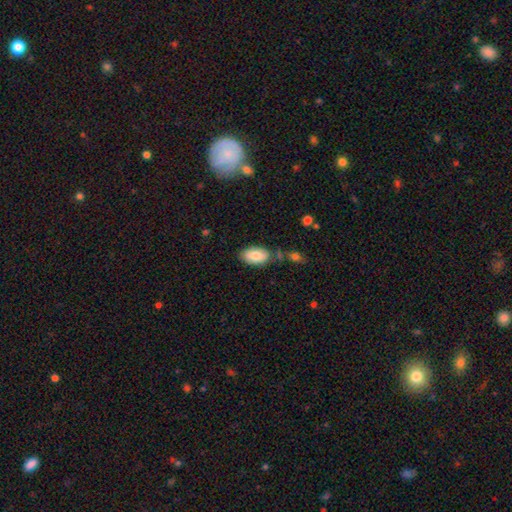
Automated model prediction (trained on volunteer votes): smooth 83%, featured or disk 10%, star or artifact 7%. Down the decision tree: how rounded — in between (94%); merging — none (74%).